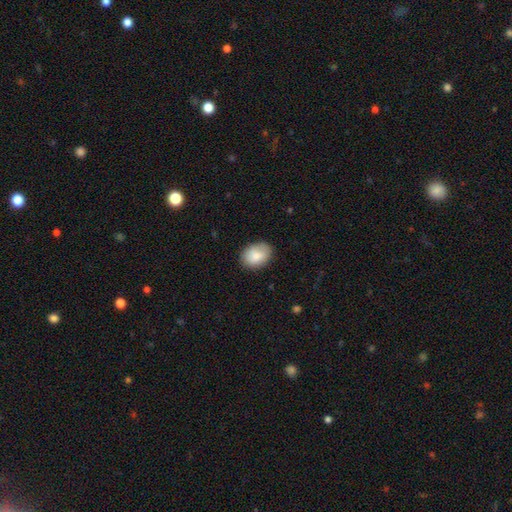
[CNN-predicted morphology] Smooth or featured? smooth (86%)
How rounded? in between (71%)
Merging? none (81%)